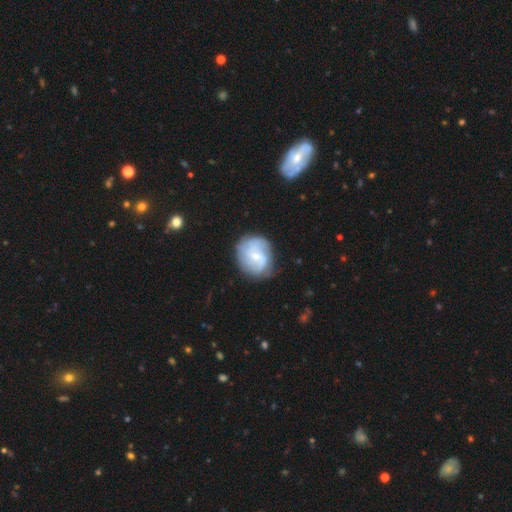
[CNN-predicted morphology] Overall: featured or disk (64%; smooth 30%). Edge-on disk: no (98%). Bar: weak (46%, tied with no). Spiral arms: yes (86%). Spiral arm count: can't tell (36%; 2 34%). Spiral winding: medium (40%; tight 35%). Bulge size: small (67%). Merging: none (71%).